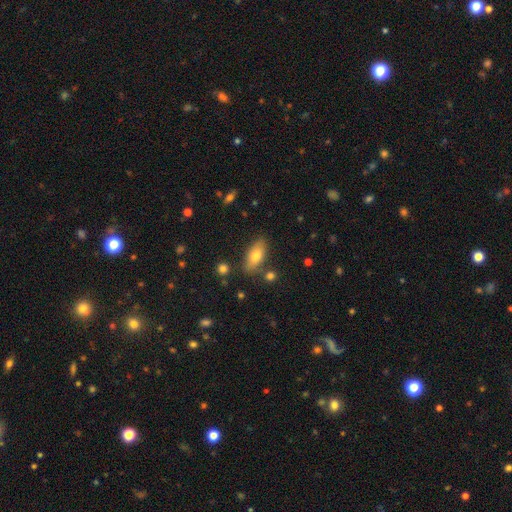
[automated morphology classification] Q: Smooth or featured?
A: smooth (75%); runner-up: featured or disk (18%)
Q: How rounded?
A: in between (83%); runner-up: cigar-shaped (13%)
Q: Merging?
A: none (80%); runner-up: minor disturbance (12%)